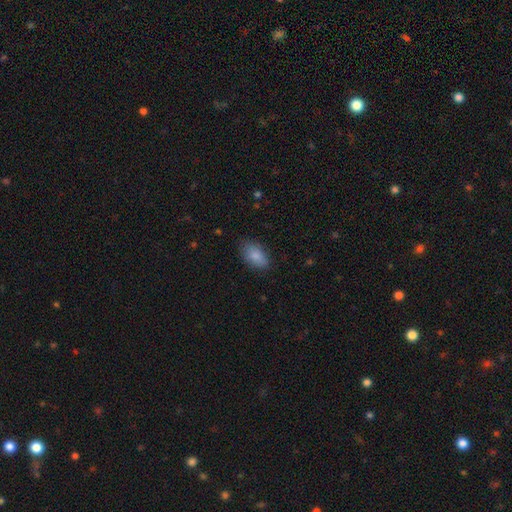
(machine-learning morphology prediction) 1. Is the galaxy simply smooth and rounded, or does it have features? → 86% smooth, 7% featured or disk, 7% star or artifact.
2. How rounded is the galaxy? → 91% in between, 5% round, 4% cigar-shaped.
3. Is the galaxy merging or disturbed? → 77% none, 18% minor disturbance, 4% major disturbance, 1% merger.